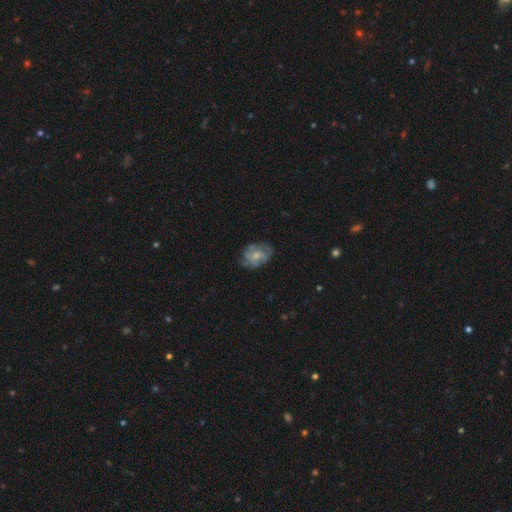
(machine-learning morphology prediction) The model was most divided on "bulge size": small: 48%, moderate: 42%, none: 6%, large: 3%, dominant: 1%. More confident: edge-on disk — no (97%); spiral arms — yes (73%); bar — no (69%); merging — none (64%); smooth or featured — featured or disk (55%).